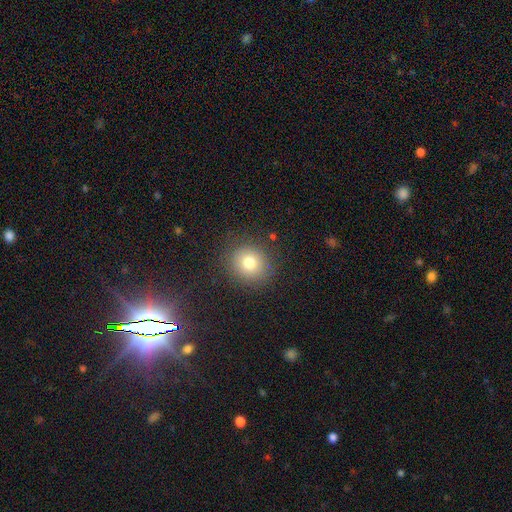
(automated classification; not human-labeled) smooth_or_featured: smooth (p=0.63) [alt: star or artifact p=0.27]
how_rounded: round (p=0.89) [alt: in between p=0.10]
merging: none (p=0.90) [alt: minor disturbance p=0.06]